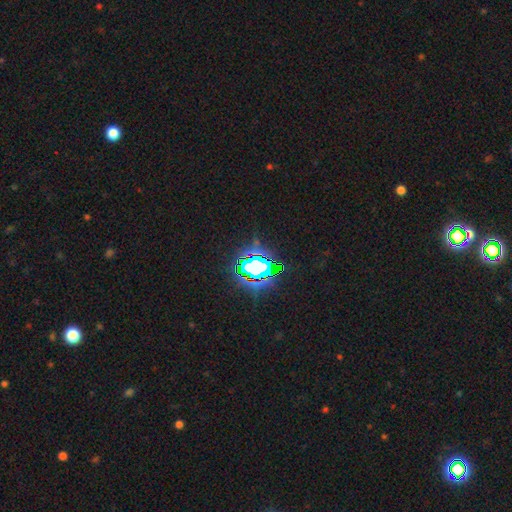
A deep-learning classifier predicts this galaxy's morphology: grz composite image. It shows a star or artifact, not a galaxy (82%).